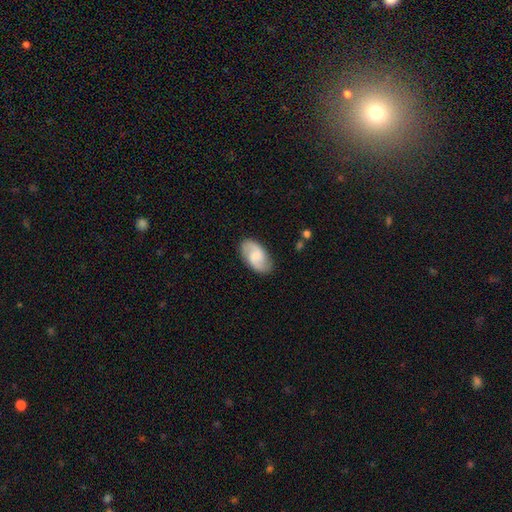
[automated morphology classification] A featured or disk galaxy (61%) with a weak bar (50%), 2 (91%) loose (45%) spiral arms (93%) and a small central bulge (31%). Merging: none (84%).